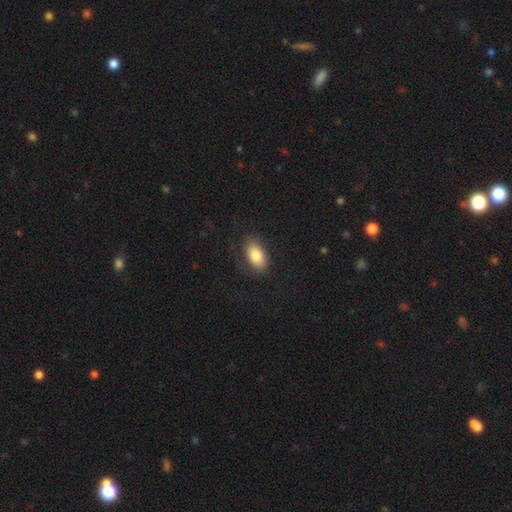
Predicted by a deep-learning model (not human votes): smooth-or-featured: smooth: 80% | featured or disk: 12% | star or artifact: 7%
  how-rounded: in between: 92% | round: 6% | cigar-shaped: 2%
  merging: none: 77% | minor disturbance: 15% | major disturbance: 7% | merger: 1%